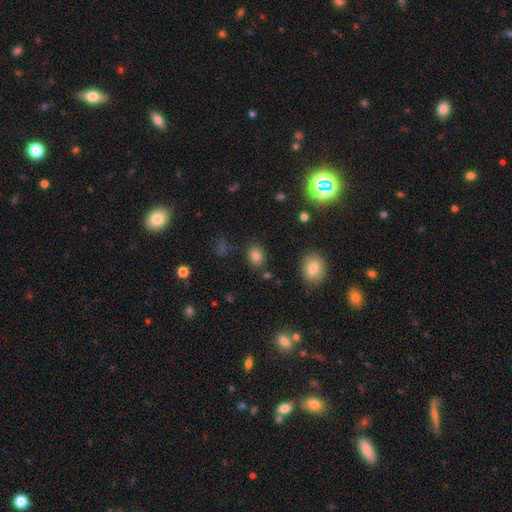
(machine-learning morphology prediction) A smooth galaxy with no disk features (82%) that is in between round and cigar-shaped (56%).

Vote fractions:
- Smooth or featured? smooth: 82% / star or artifact: 12% / featured or disk: 6%
- How rounded? in between: 56% / round: 42% / cigar-shaped: 1%
- Merging? none: 84% / minor disturbance: 10% / merger: 4% / major disturbance: 3%